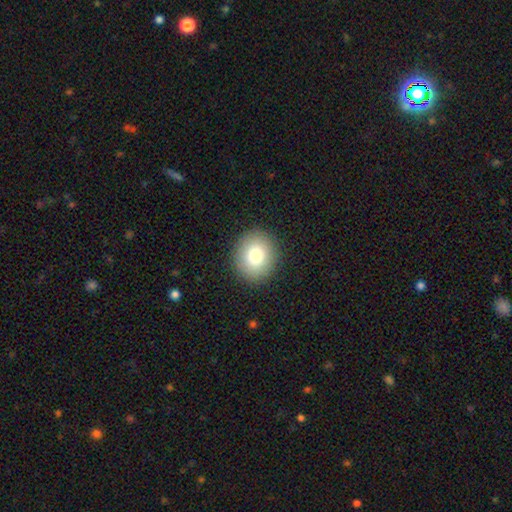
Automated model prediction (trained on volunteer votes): smooth-or-featured: smooth: 81% | featured or disk: 10% | star or artifact: 9%
  how-rounded: round: 75% | in between: 24% | cigar-shaped: 1%
  merging: none: 90% | minor disturbance: 7% | major disturbance: 2% | merger: 1%